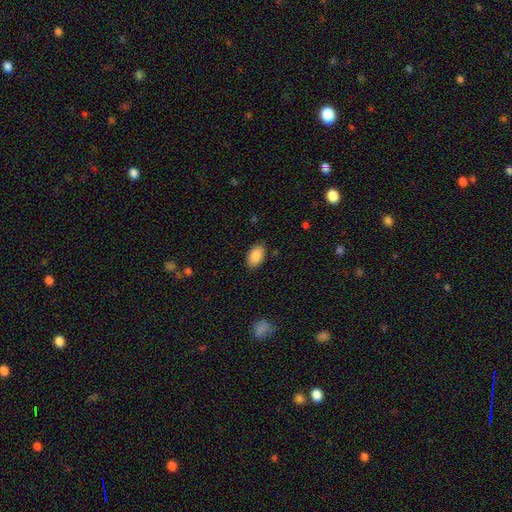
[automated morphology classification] Q: Smooth or featured?
A: smooth (89%); runner-up: star or artifact (7%)
Q: How rounded?
A: in between (93%); runner-up: round (6%)
Q: Merging?
A: none (86%); runner-up: minor disturbance (11%)